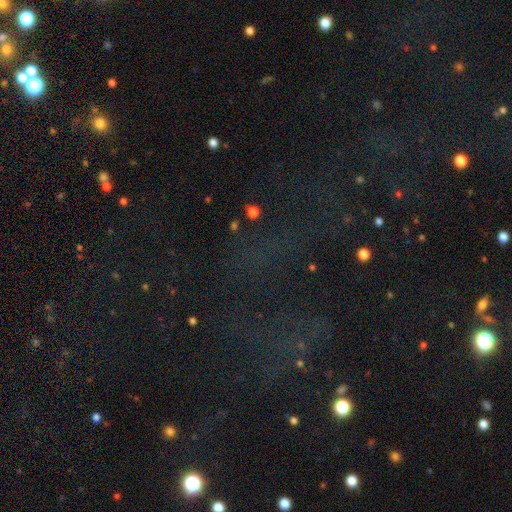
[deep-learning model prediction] A star or artifact, not a galaxy (69%).

Vote fractions:
- Smooth or featured? star or artifact: 69% / smooth: 20% / featured or disk: 12%